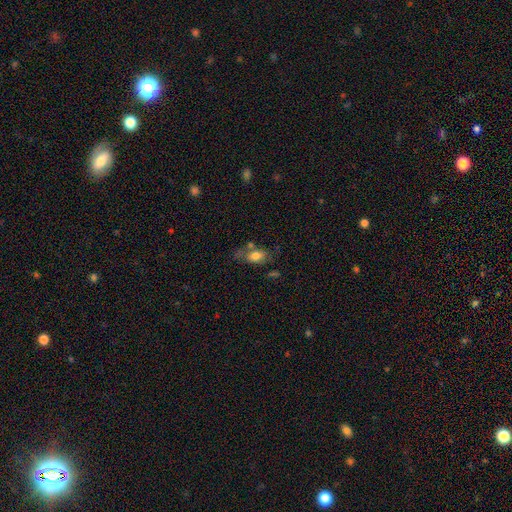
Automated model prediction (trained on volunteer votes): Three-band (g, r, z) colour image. It shows a smooth galaxy with no disk features (68%) that is in between round and cigar-shaped (83%). Merging: none (48%).